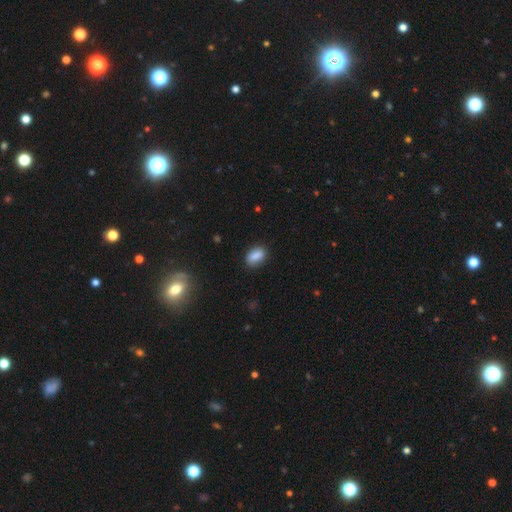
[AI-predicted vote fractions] Morphology: type=smooth (86%); roundness=in between (87%); merging=none (83%).